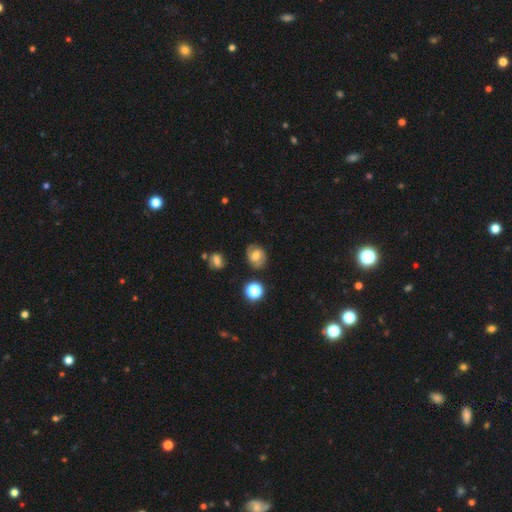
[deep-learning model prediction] smooth_or_featured: smooth (p=0.46) [alt: featured or disk p=0.42]
merging: none (p=0.77) [alt: minor disturbance p=0.15]